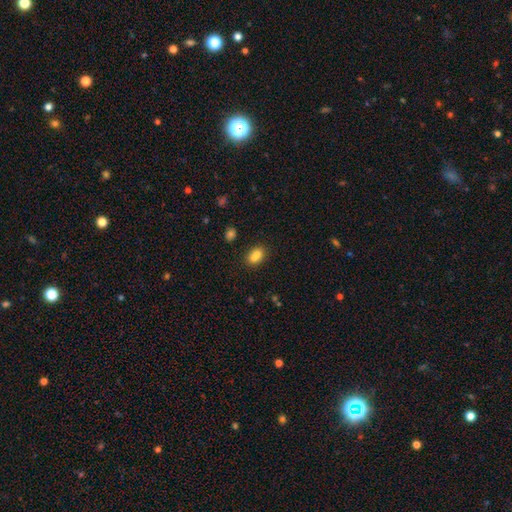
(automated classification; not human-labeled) Smooth or featured? Predicted: smooth (p=0.77). How rounded? Predicted: in between (p=0.65). Merging? Predicted: merger (p=0.44).